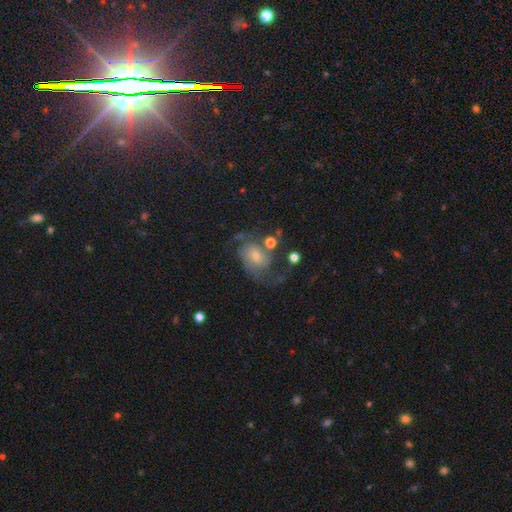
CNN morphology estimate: featured or disk 68%, smooth 18%, star or artifact 14%. Down the decision tree: edge-on disk — no (97%); bar — no (61%); spiral arms — yes (90%); spiral arm count — 2 (65%); spiral winding — medium (48%); bulge size — small (48%); merging — none (50%).